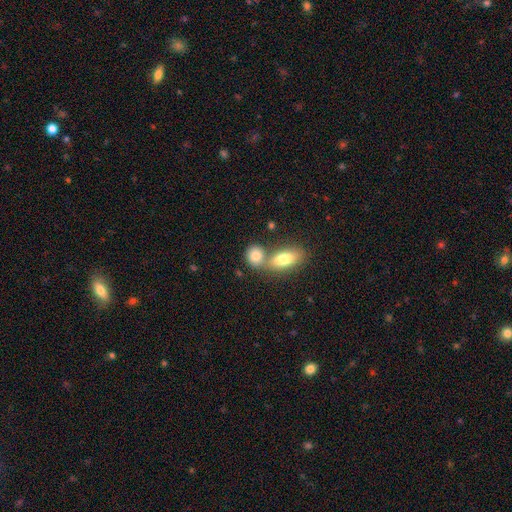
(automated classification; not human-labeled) The model was most divided on "how rounded": round: 49%, in between: 47%, cigar-shaped: 4%. Remaining: smooth or featured — smooth (82%); merging — merger (45%).